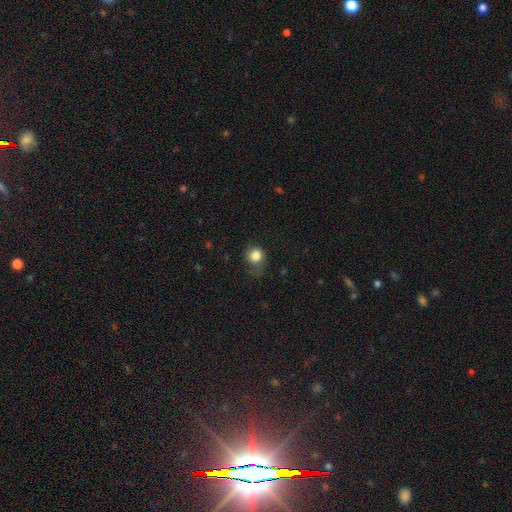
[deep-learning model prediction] smooth_or_featured: smooth (p=0.82) [alt: star or artifact p=0.09]
how_rounded: round (p=0.78) [alt: in between p=0.21]
merging: none (p=0.51) [alt: minor disturbance p=0.26]